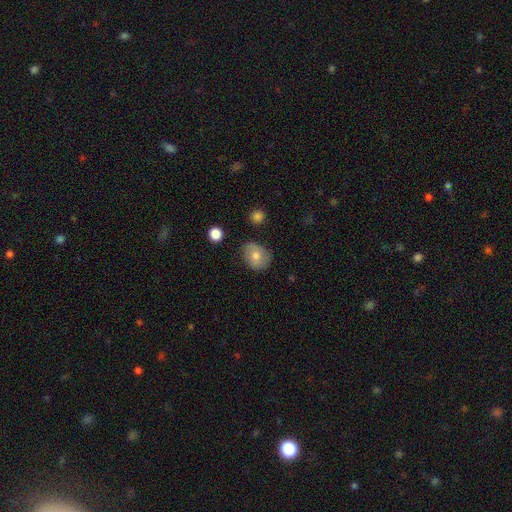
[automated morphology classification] Smooth or featured? smooth (67%)
How rounded? in between (51%)
Merging? none (75%)